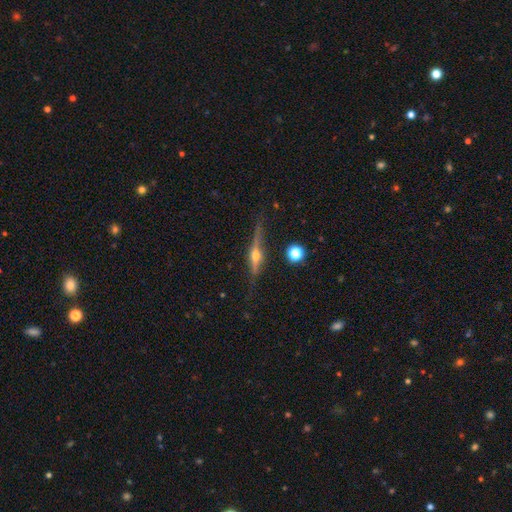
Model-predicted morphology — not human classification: This appears to be a featured or disk galaxy (75%) viewed edge-on (96%) with a rounded central bulge (93%). Merging: none (79%).